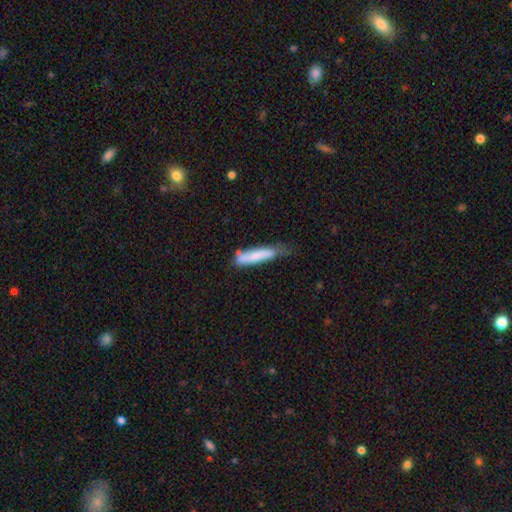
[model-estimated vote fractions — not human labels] This appears to be a smooth galaxy with no disk features (74%) that is cigar-shaped (87%). Merging: none (46%).